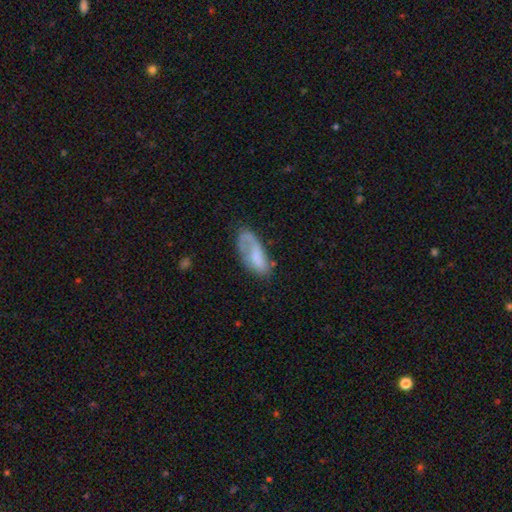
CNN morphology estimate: Smooth or featured: smooth — 54% (featured or disk — 39%)
How rounded: in between — 85% (cigar-shaped — 12%)
Merging: none — 46% (minor disturbance — 28%)